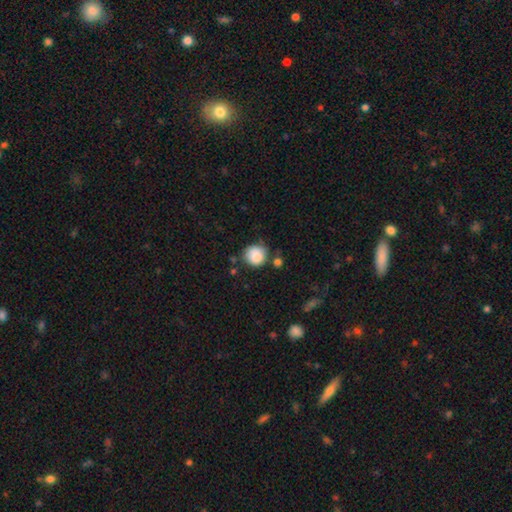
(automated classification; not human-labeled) Smooth or featured? Predicted: smooth (p=0.86). How rounded? Predicted: round (p=0.90). Merging? Predicted: none (p=0.68).